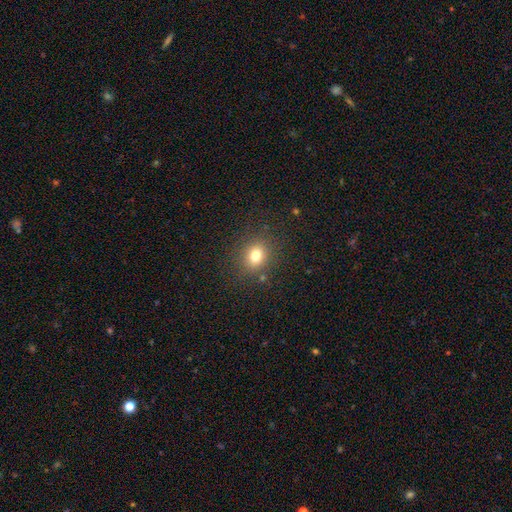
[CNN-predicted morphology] Smooth or featured? smooth (76%)
How rounded? round (64%)
Merging? none (84%)